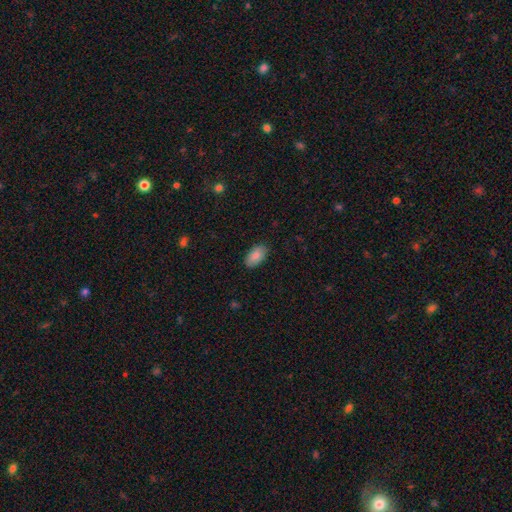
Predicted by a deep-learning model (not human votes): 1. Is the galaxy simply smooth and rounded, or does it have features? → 87% smooth, 7% star or artifact, 7% featured or disk.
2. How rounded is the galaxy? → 94% in between, 4% round, 2% cigar-shaped.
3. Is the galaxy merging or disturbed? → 87% none, 10% minor disturbance, 2% major disturbance, 1% merger.